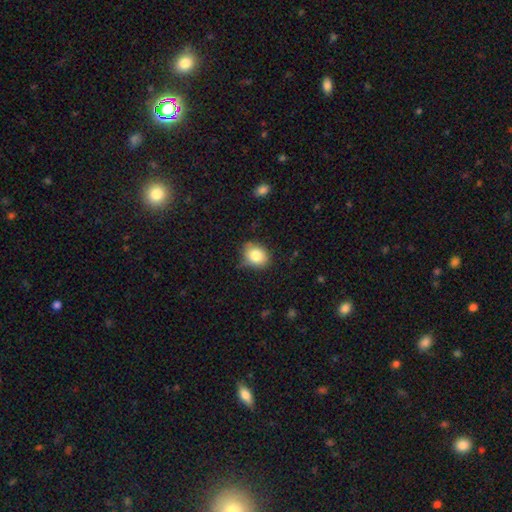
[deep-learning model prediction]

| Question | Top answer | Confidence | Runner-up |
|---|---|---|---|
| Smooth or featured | smooth | 81% | star or artifact (10%) |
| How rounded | round | 57% | in between (42%) |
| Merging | none | 72% | minor disturbance (22%) |